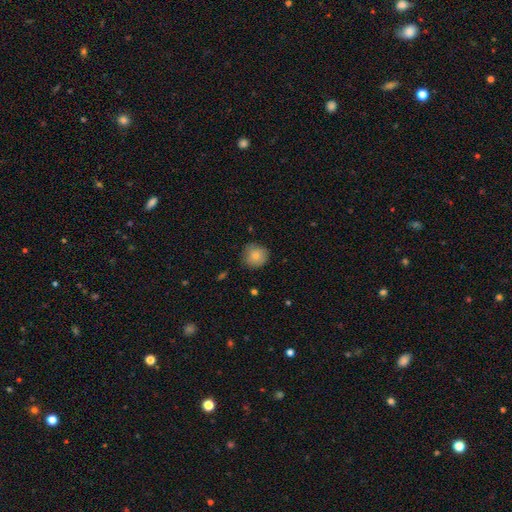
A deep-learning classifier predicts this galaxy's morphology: Smooth or featured? Predicted: smooth (p=0.81). How rounded? Predicted: round (p=0.90). Merging? Predicted: none (p=0.79).